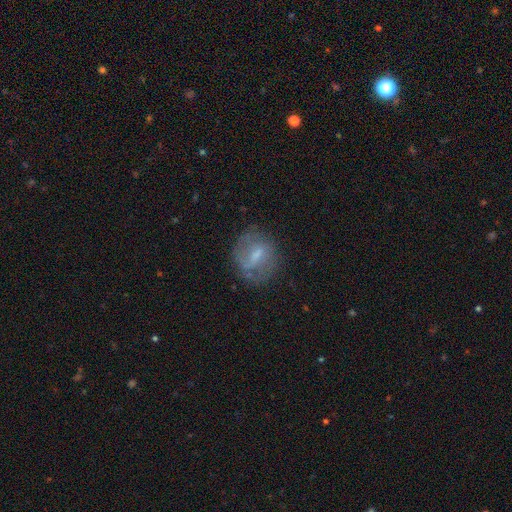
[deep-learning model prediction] Smooth or featured: featured or disk — 59% (smooth — 32%)
Edge-on disk: no — 96% (yes — 4%)
Bar: weak — 55% (strong — 26%)
Spiral arms: yes — 72% (no — 28%)
Bulge size: small — 45% (moderate — 32%)
Merging: none — 67% (minor disturbance — 20%)